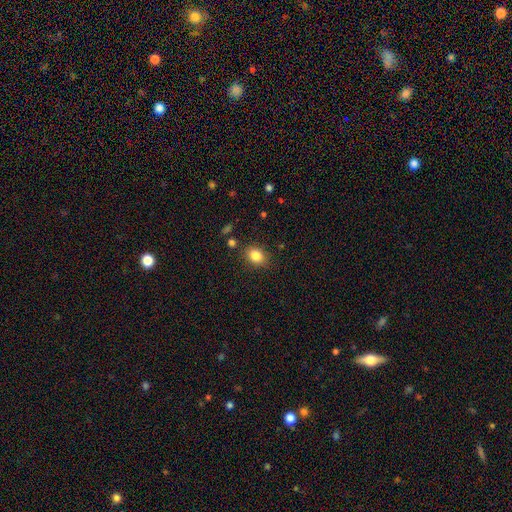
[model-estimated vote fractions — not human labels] Morphology: type=smooth (84%); roundness=in between (56%); merging=none (84%).